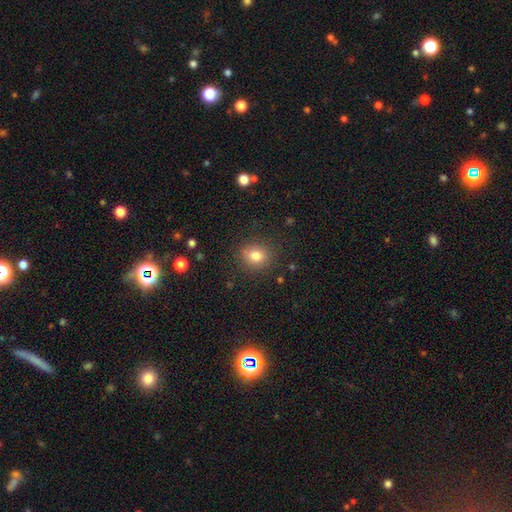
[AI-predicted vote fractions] smooth 80%, star or artifact 12%, featured or disk 8%. Down the decision tree: how rounded — round (68%); merging — none (85%).